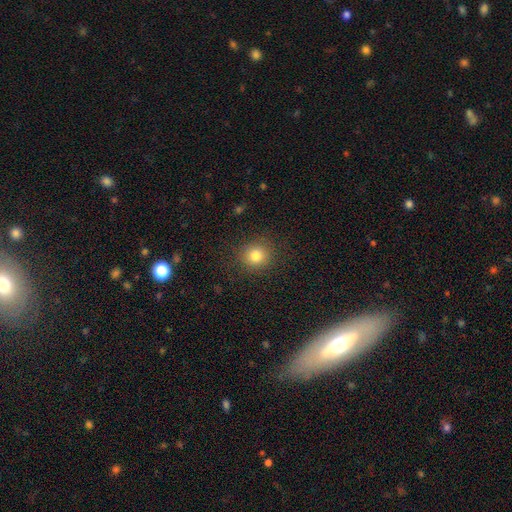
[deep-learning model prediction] The model was most divided on "smooth or featured": smooth: 81%, star or artifact: 13%, featured or disk: 7%. More confident: how rounded — round (88%); merging — none (87%).